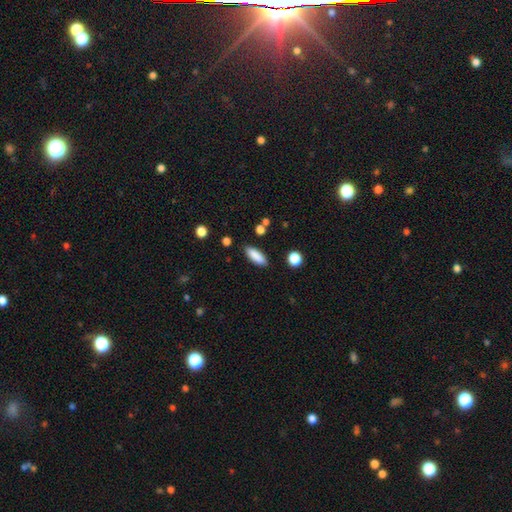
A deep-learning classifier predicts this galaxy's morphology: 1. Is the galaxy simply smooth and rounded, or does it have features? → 87% smooth, 7% star or artifact, 6% featured or disk.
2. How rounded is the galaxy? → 61% in between, 37% cigar-shaped, 2% round.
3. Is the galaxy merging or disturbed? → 87% none, 9% minor disturbance, 2% merger, 2% major disturbance.